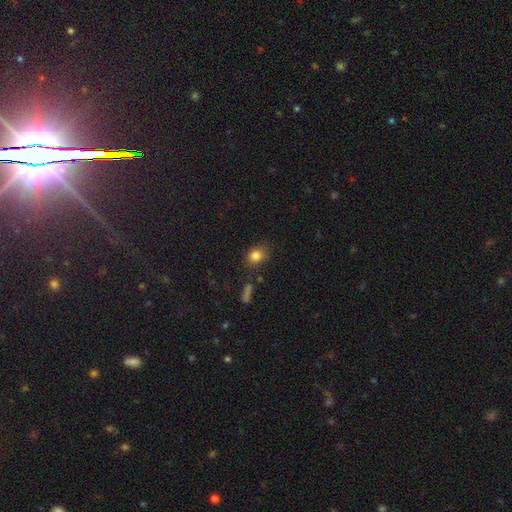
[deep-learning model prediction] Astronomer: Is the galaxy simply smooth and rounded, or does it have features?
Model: smooth — 83%.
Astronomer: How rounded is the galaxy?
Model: round — 51% (runner-up: in between, 48%).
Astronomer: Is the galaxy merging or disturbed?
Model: none — 76%.